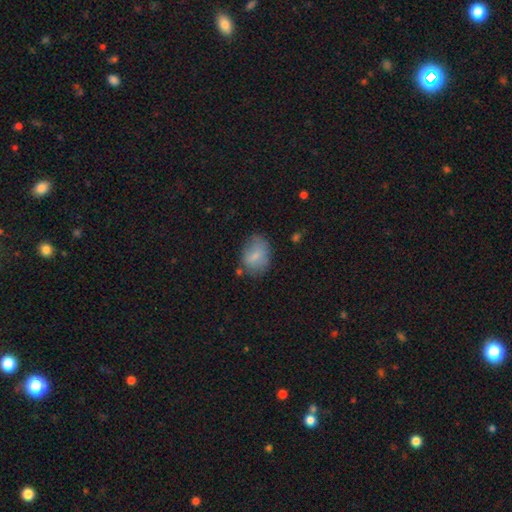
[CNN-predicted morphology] Smooth or featured? Predicted: smooth (p=0.75). How rounded? Predicted: in between (p=0.75). Merging? Predicted: none (p=0.58).